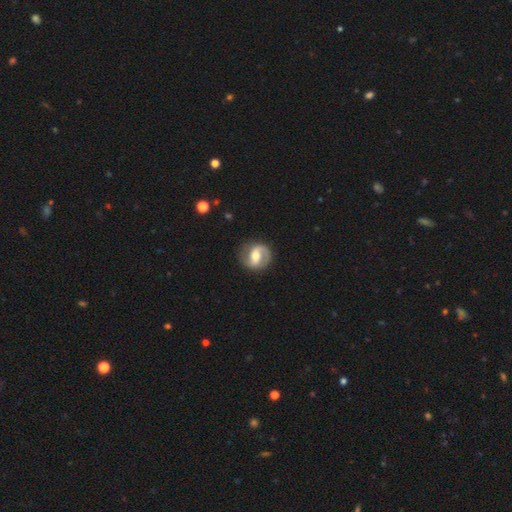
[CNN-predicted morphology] A featured or disk galaxy (80%) with a weak bar (43%), 2 (86%) medium (48%) spiral arms (91%) and a moderate central bulge (69%). Merging: none (84%).